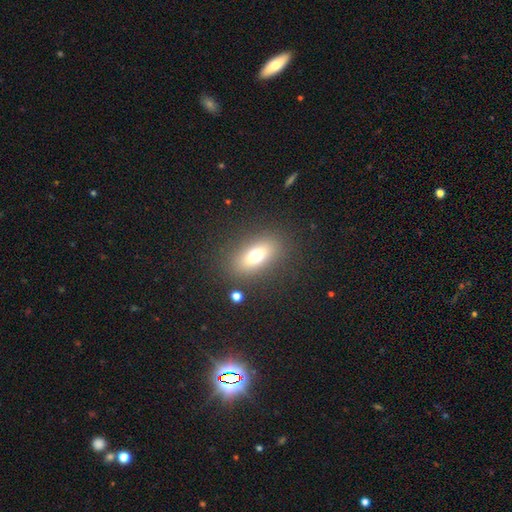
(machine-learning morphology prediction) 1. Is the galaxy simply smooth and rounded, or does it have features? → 69% smooth, 19% featured or disk, 12% star or artifact.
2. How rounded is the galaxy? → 79% in between, 12% round, 9% cigar-shaped.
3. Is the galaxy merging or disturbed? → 84% none, 9% minor disturbance, 5% major disturbance, 2% merger.